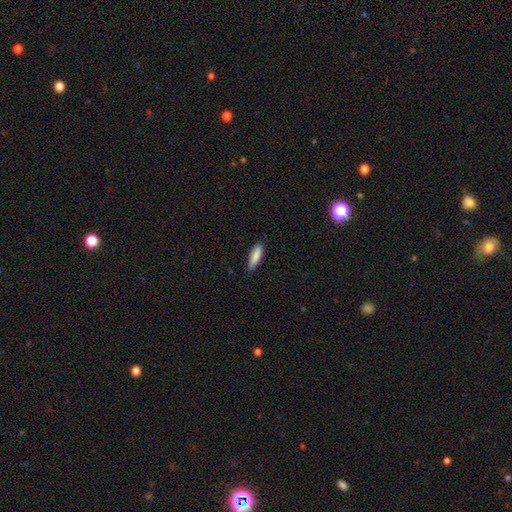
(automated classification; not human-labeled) A smooth galaxy with no disk features (88%) that is in between round and cigar-shaped (50%). Merging: none (85%).